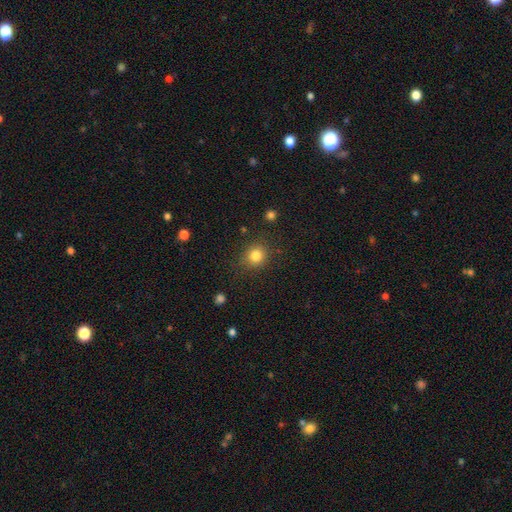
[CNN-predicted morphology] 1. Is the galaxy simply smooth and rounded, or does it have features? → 83% smooth, 12% star or artifact, 5% featured or disk.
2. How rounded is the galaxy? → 83% round, 16% in between, 1% cigar-shaped.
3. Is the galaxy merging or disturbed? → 84% none, 10% minor disturbance, 4% major disturbance, 2% merger.